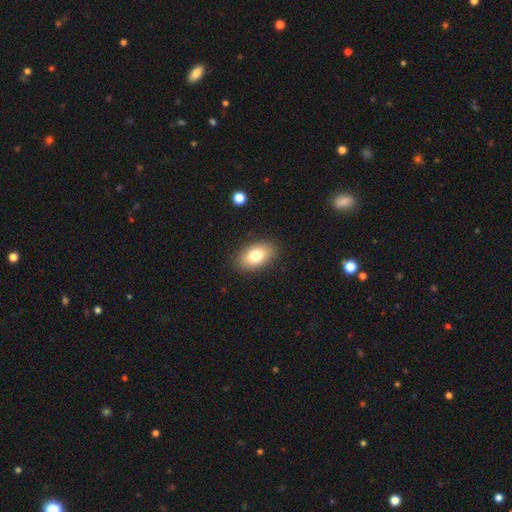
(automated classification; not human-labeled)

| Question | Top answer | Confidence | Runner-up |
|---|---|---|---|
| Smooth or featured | smooth | 78% | featured or disk (14%) |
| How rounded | in between | 92% | round (6%) |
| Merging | none | 88% | minor disturbance (8%) |